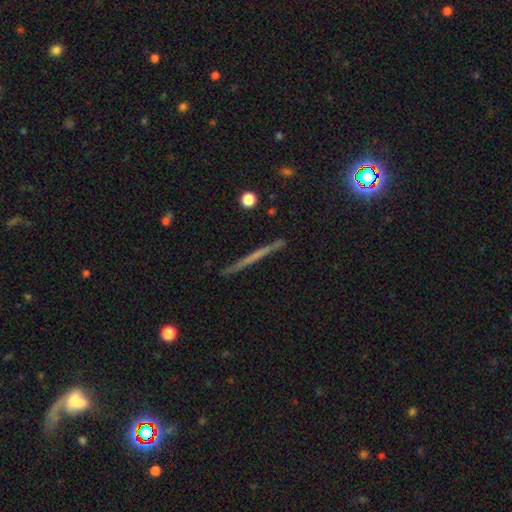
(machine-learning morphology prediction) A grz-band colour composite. It shows a featured or disk galaxy (55%) viewed edge-on (97%) with no central bulge (87%). Merging: none (90%).